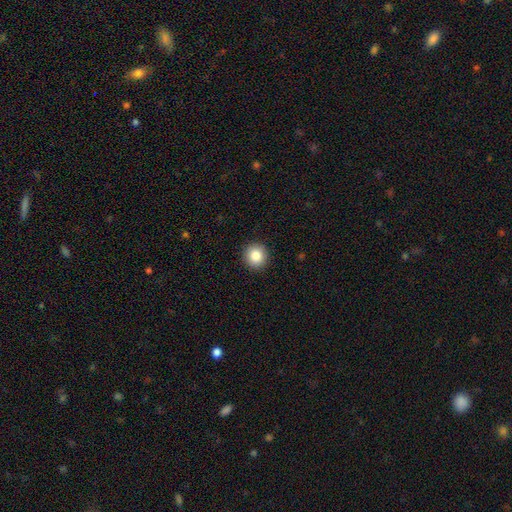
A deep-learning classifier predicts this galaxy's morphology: This is clearly a smooth galaxy (84%). How rounded: clearly round (92%). Merging: clearly none (93%).